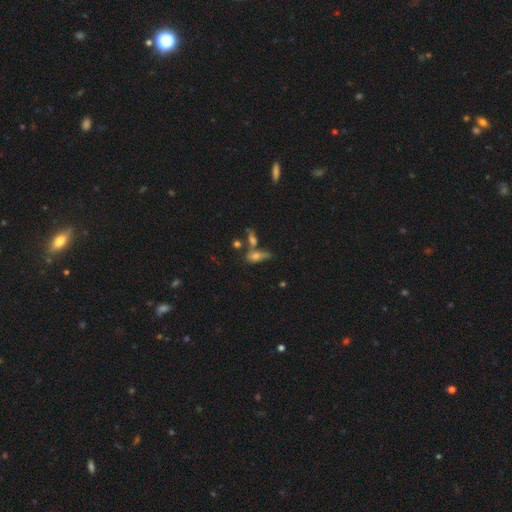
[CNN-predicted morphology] Smooth or featured? smooth (63%)
How rounded? in between (71%)
Merging? none (35%)